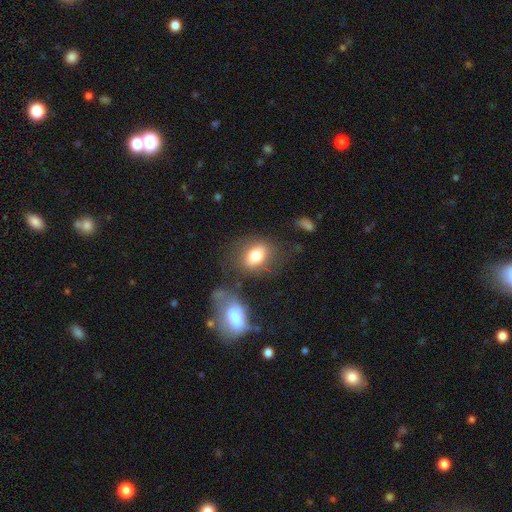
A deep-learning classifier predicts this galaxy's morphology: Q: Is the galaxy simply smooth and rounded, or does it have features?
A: smooth — 77%.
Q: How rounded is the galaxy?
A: in between — 75%.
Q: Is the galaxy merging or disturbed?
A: none — 66%.